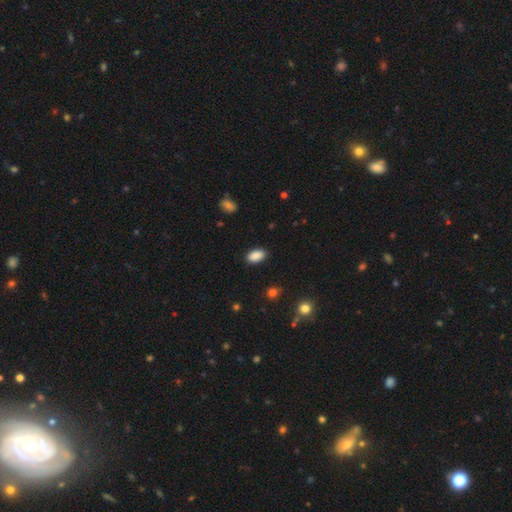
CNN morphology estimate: type=smooth (89%); roundness=in between (93%); merging=none (88%).